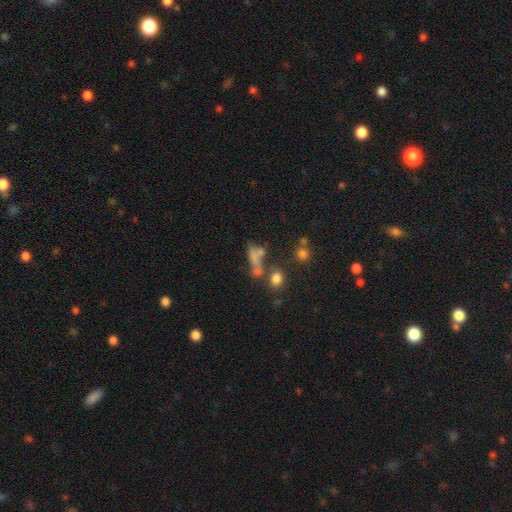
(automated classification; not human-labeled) The model was most divided on "merging": merger: 39%, none: 32%, major disturbance: 16%, minor disturbance: 13%. More confident: smooth or featured — smooth (60%); how rounded — in between (53%).